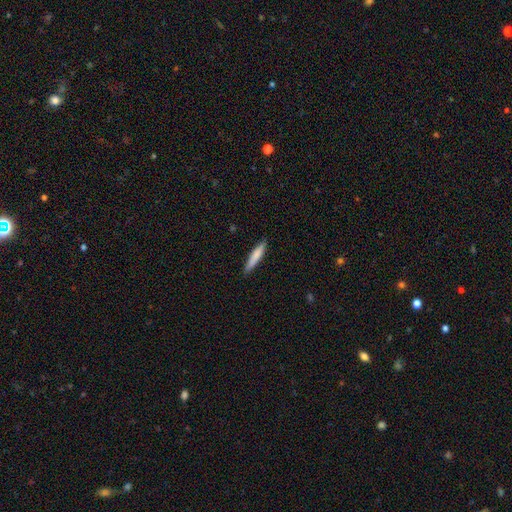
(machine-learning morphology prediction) Smooth or featured: smooth — 79% (featured or disk — 15%)
How rounded: cigar-shaped — 90% (in between — 9%)
Merging: none — 87% (minor disturbance — 10%)